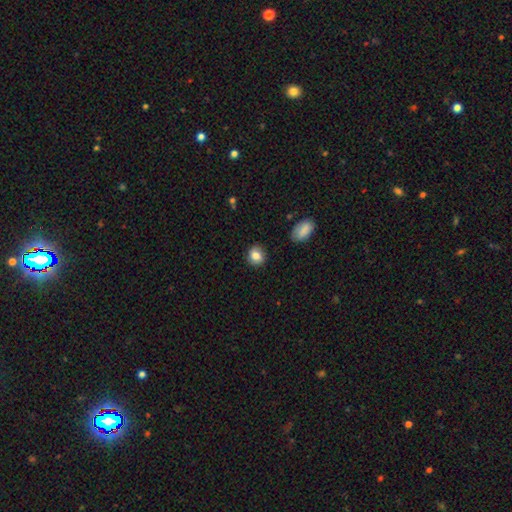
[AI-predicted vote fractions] Smooth or featured? Predicted: smooth (p=0.82). How rounded? Predicted: round (p=0.75). Merging? Predicted: none (p=0.86).